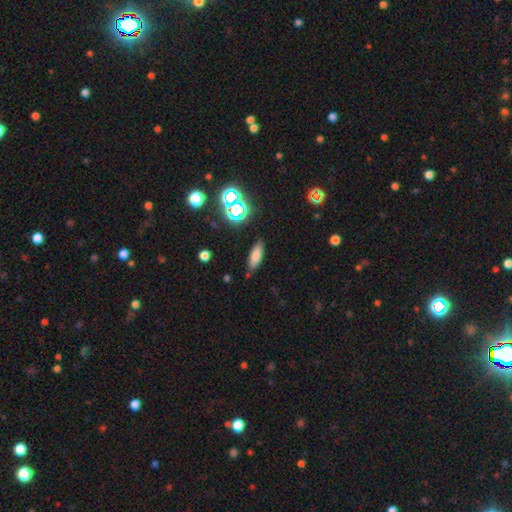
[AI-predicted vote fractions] The model was most divided on "how rounded": in between: 64%, cigar-shaped: 32%, round: 4%. More confident: merging — none (83%); smooth or featured — smooth (74%).